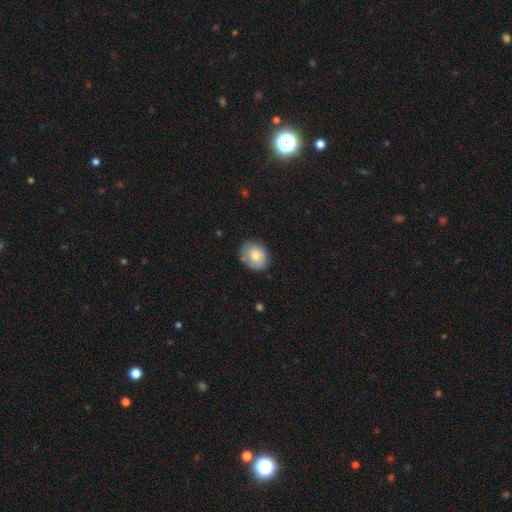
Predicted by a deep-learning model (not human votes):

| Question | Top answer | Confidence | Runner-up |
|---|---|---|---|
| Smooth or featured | smooth | 73% | featured or disk (20%) |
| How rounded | in between | 51% | round (48%) |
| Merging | none | 77% | minor disturbance (18%) |